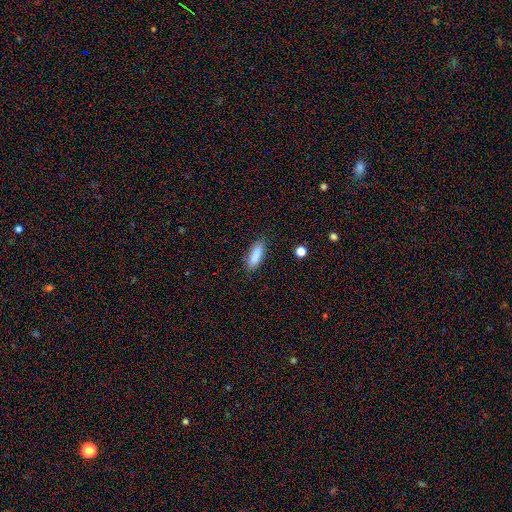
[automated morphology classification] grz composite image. It shows a smooth galaxy with no disk features (86%) that is in between round and cigar-shaped (55%). Merging: none (83%).